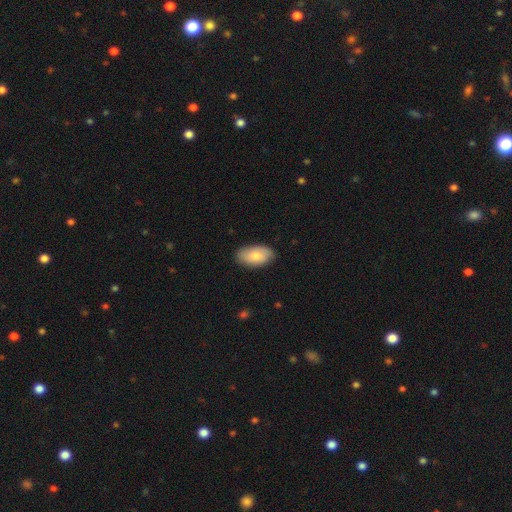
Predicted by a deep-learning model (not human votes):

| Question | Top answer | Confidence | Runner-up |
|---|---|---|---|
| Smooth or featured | smooth | 78% | featured or disk (16%) |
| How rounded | in between | 94% | round (4%) |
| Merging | none | 83% | minor disturbance (13%) |